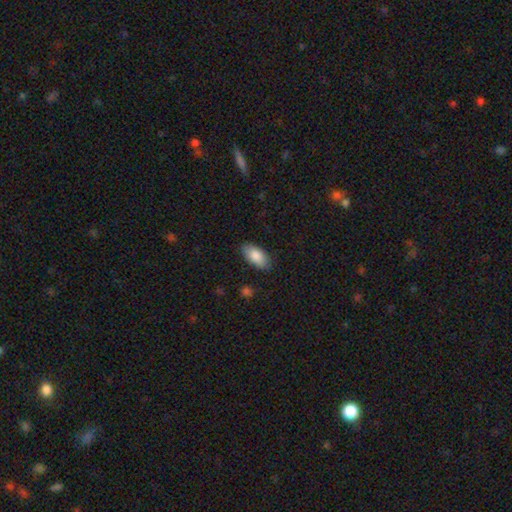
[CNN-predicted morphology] Smooth or featured? Predicted: smooth (p=0.86). How rounded? Predicted: in between (p=0.92). Merging? Predicted: none (p=0.84).